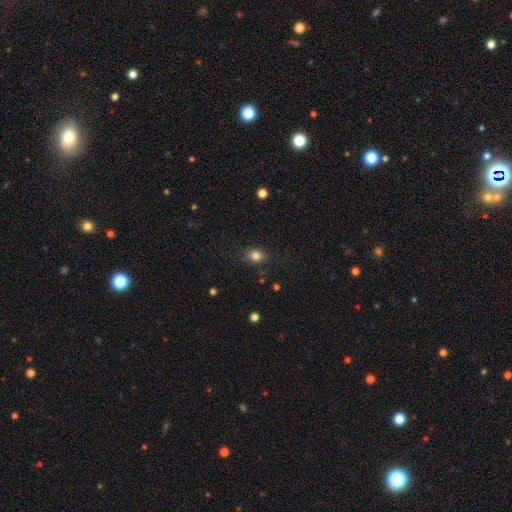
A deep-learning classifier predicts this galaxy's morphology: Smooth or featured: smooth — 82% (star or artifact — 12%)
How rounded: round — 53% (in between — 46%)
Merging: none — 82% (minor disturbance — 13%)